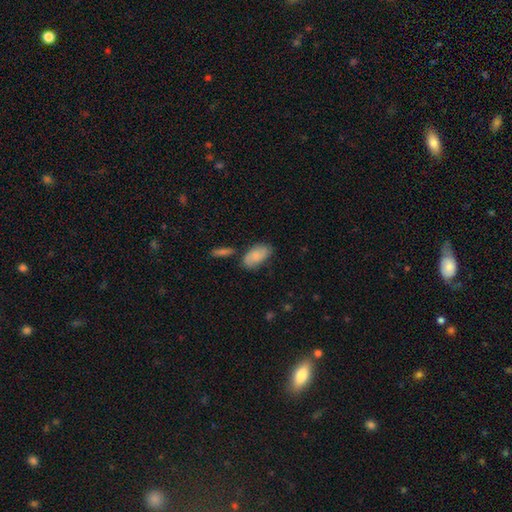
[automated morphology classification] smooth_or_featured: smooth (p=0.74) [alt: featured or disk p=0.19]
how_rounded: in between (p=0.93) [alt: round p=0.04]
merging: none (p=0.68) [alt: minor disturbance p=0.20]